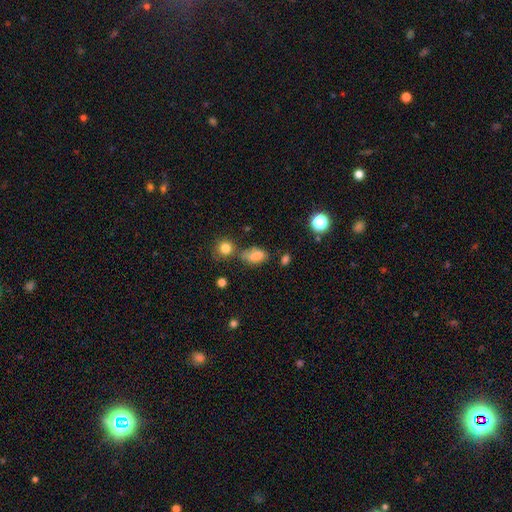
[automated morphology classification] smooth 76%, star or artifact 12%, featured or disk 11%. Down the decision tree: how rounded — in between (84%); merging — none (49%).